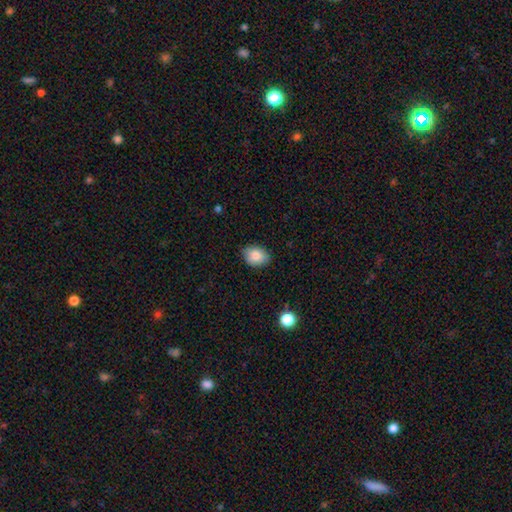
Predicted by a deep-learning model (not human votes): The model was most divided on "how rounded": in between: 69%, round: 31%, cigar-shaped: 1%. More confident: smooth or featured — smooth (86%); merging — none (83%).